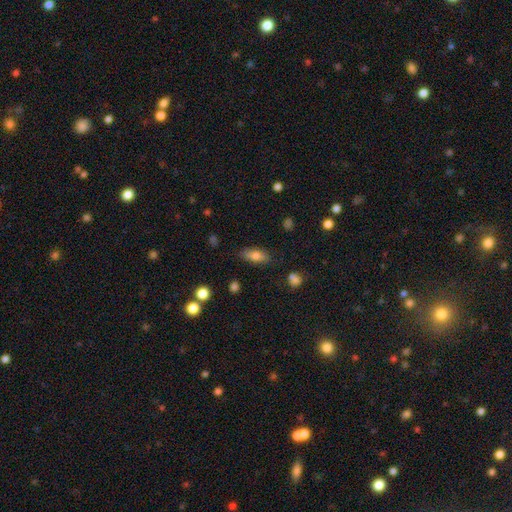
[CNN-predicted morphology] Smooth or featured? smooth (76%)
How rounded? in between (79%)
Merging? none (81%)